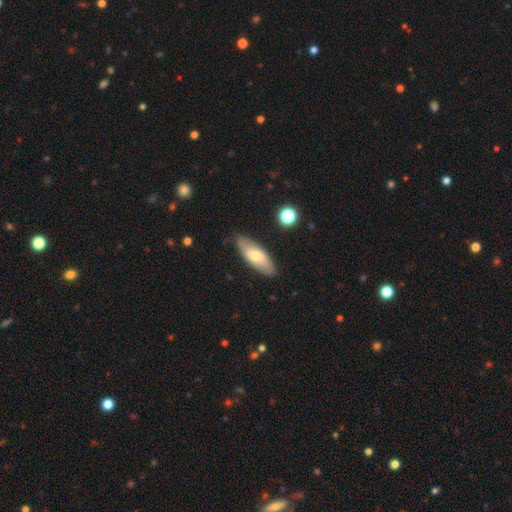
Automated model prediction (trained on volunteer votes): smooth-or-featured: smooth: 60% | featured or disk: 34% | star or artifact: 6%
  how-rounded: in between: 76% | cigar-shaped: 22% | round: 2%
  merging: none: 83% | minor disturbance: 13% | major disturbance: 2% | merger: 2%